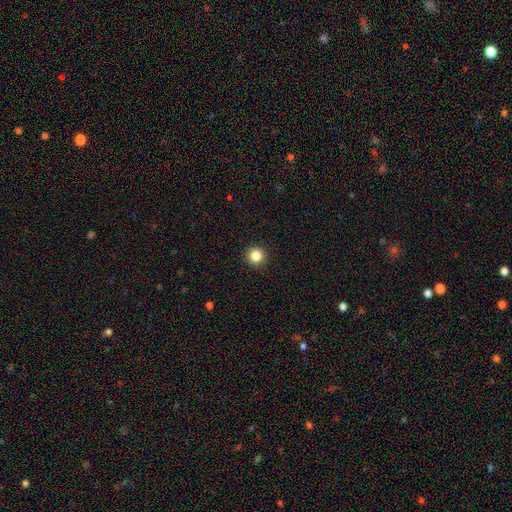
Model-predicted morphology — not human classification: Smooth or featured? smooth (84%)
How rounded? round (95%)
Merging? none (93%)